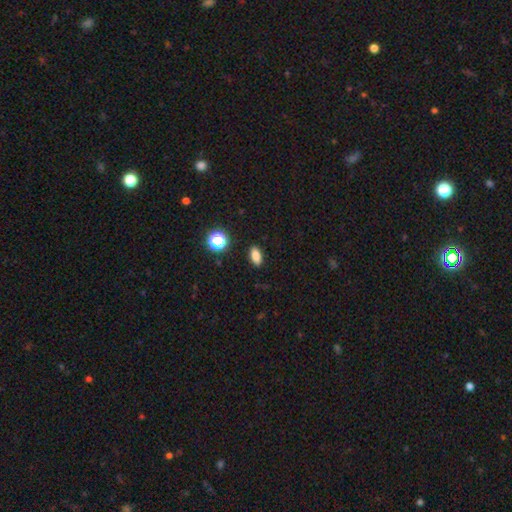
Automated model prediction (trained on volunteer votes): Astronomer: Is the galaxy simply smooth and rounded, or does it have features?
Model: smooth — 80%.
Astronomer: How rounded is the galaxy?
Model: in between — 83%.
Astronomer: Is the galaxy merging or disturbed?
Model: none — 89%.